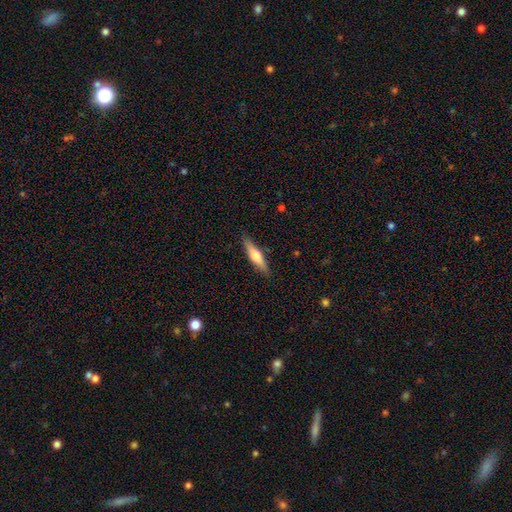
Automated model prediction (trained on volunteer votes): This is possibly a smooth galaxy (48%). Merging: clearly none (88%).